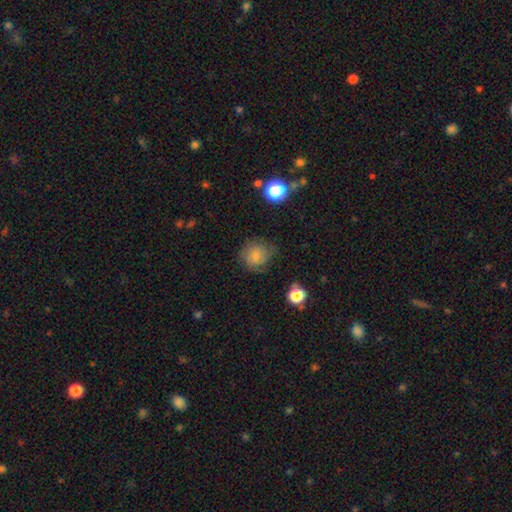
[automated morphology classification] Smooth or featured?
  - smooth: 72% *
  - featured or disk: 17%
  - star or artifact: 11%
How rounded?
  - round: 81% *
  - in between: 18%
  - cigar-shaped: 1%
Merging?
  - none: 63% *
  - minor disturbance: 25%
  - major disturbance: 10%
  - merger: 2%